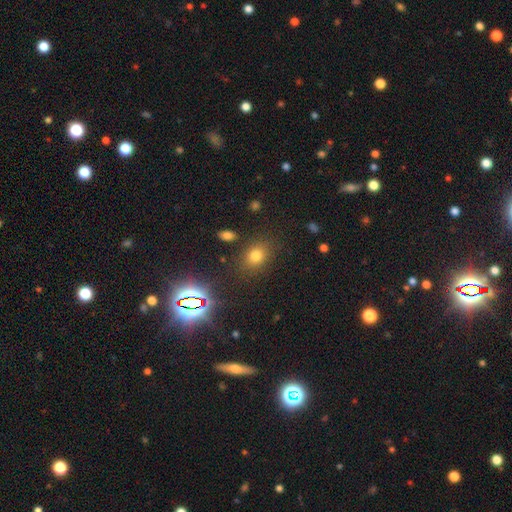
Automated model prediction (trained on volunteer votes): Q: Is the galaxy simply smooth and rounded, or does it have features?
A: smooth — 73%.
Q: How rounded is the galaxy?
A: in between — 54%.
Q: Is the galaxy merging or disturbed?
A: none — 81%.